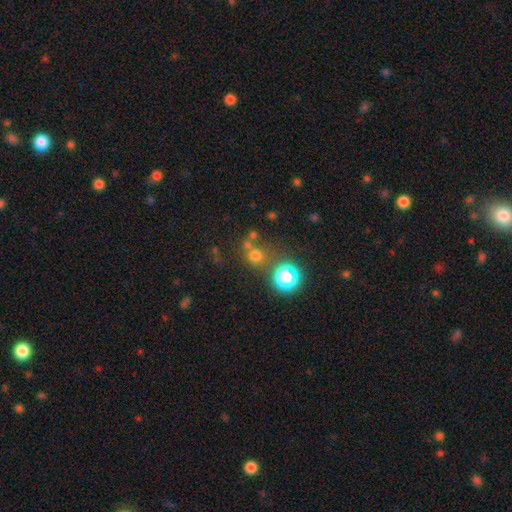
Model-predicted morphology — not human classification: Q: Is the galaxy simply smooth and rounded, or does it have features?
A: smooth — 63%.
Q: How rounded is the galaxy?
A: round — 89%.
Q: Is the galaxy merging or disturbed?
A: none — 65%.